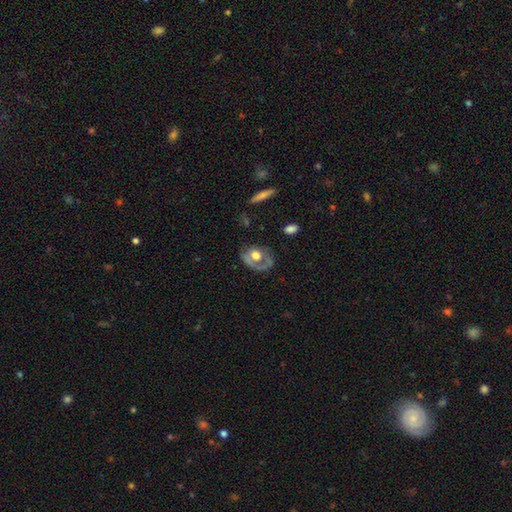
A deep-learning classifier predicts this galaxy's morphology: featured or disk 56%, smooth 38%, star or artifact 6%. Down the decision tree: edge-on disk — no (94%); bar — no (84%); spiral arms — no (61%); bulge size — moderate (52%); merging — none (51%).